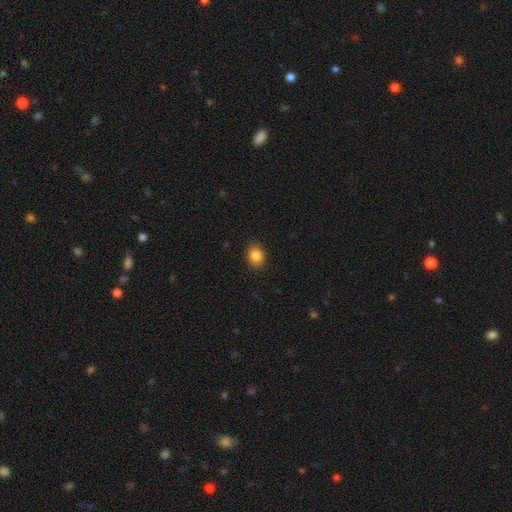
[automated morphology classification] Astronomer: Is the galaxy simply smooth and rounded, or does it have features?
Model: smooth — 86%.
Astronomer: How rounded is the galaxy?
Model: round — 53% (runner-up: in between, 46%).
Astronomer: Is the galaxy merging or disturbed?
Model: none — 90%.